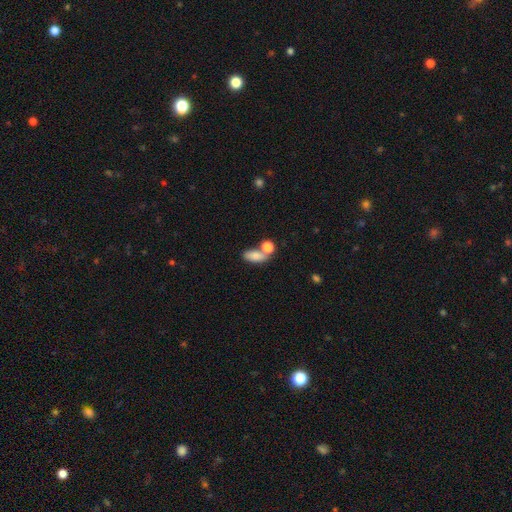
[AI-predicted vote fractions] Smooth or featured? Predicted: smooth (p=0.82). How rounded? Predicted: in between (p=0.82). Merging? Predicted: none (p=0.45).